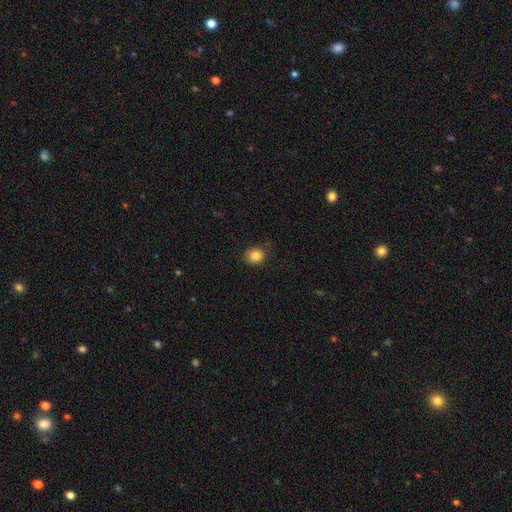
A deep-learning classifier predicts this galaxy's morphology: This is clearly a smooth galaxy (85%). How rounded: likely round (71%). Merging: clearly none (82%).